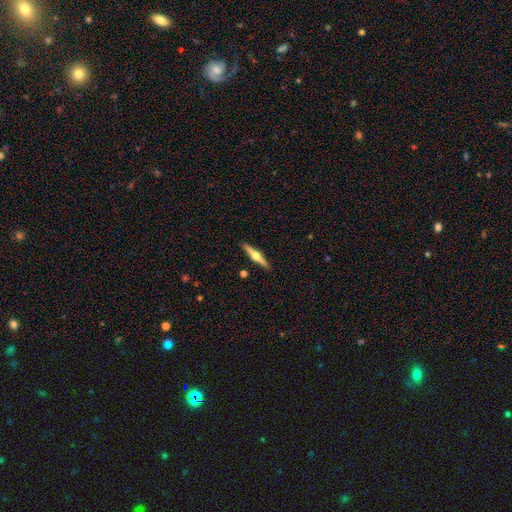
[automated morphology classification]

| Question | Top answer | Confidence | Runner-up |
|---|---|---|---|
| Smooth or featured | featured or disk | 72% | smooth (23%) |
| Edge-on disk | yes | 98% | no (2%) |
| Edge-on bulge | rounded | 95% | boxy (3%) |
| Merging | none | 91% | minor disturbance (6%) |